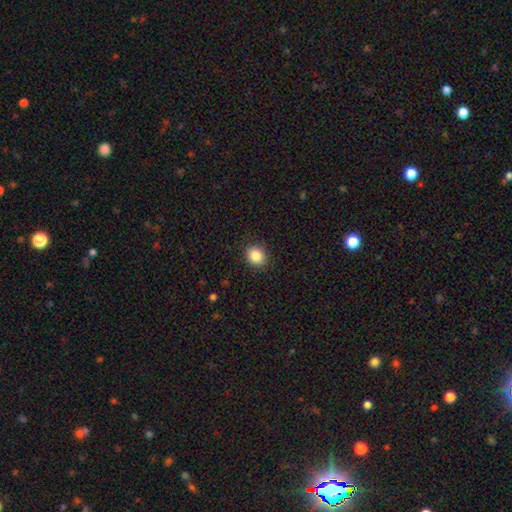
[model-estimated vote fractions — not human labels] A smooth galaxy with no disk features (87%) that is round (75%).

Vote fractions:
- Smooth or featured? smooth: 87% / star or artifact: 9% / featured or disk: 4%
- How rounded? round: 75% / in between: 24% / cigar-shaped: 1%
- Merging? none: 89% / minor disturbance: 8% / major disturbance: 2% / merger: 1%